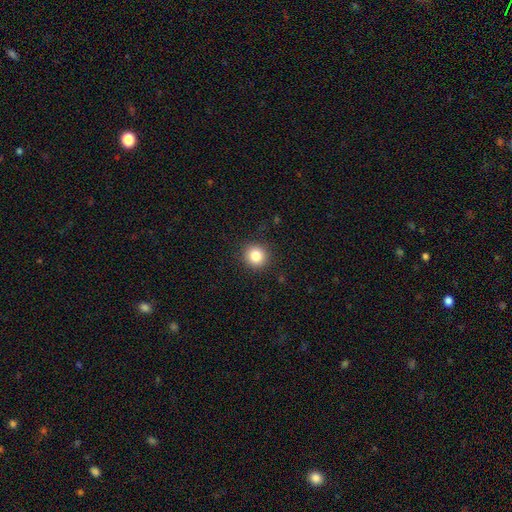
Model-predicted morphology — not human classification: A smooth galaxy with no disk features (84%) that is round (92%).

Vote fractions:
- Smooth or featured? smooth: 84% / star or artifact: 11% / featured or disk: 5%
- How rounded? round: 92% / in between: 7% / cigar-shaped: 1%
- Merging? none: 91% / minor disturbance: 6% / major disturbance: 2% / merger: 1%